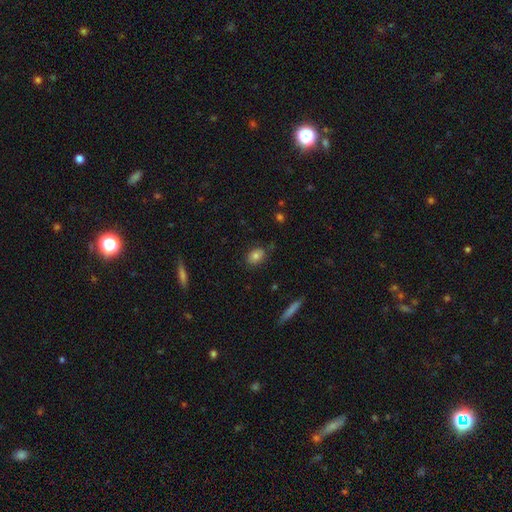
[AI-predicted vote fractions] Smooth or featured: smooth — 77% (featured or disk — 13%)
How rounded: in between — 72% (round — 25%)
Merging: none — 77% (minor disturbance — 17%)